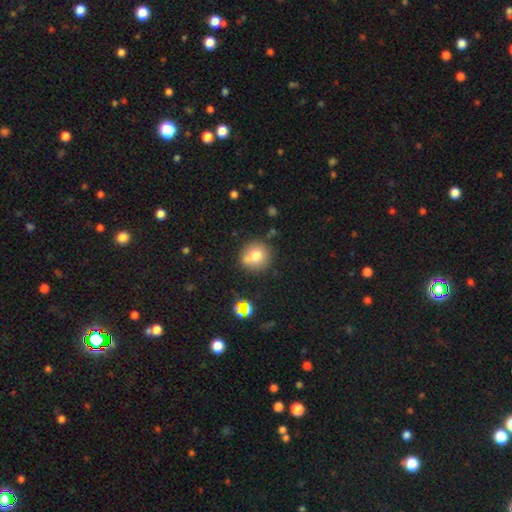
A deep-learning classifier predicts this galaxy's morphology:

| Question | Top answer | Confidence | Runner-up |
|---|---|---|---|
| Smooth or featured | smooth | 72% | featured or disk (15%) |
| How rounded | round | 91% | in between (8%) |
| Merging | none | 70% | merger (14%) |